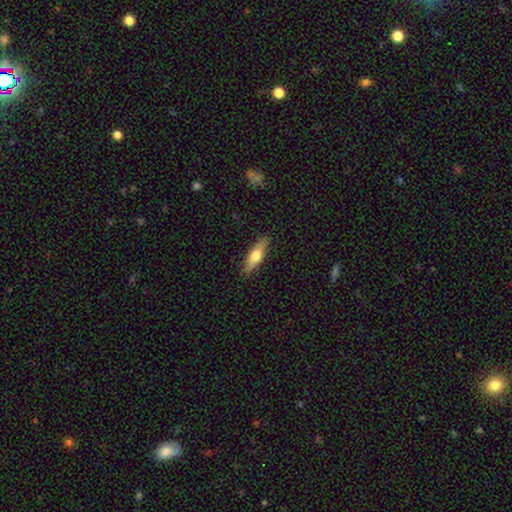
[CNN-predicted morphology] Smooth or featured? Predicted: smooth (p=0.57). How rounded? Predicted: cigar-shaped (p=0.58). Merging? Predicted: none (p=0.87).